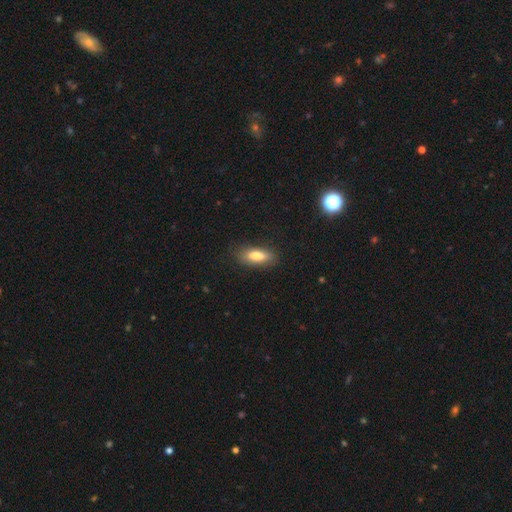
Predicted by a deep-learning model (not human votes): Smooth or featured? Predicted: smooth (p=0.77). How rounded? Predicted: in between (p=0.70). Merging? Predicted: none (p=0.83).